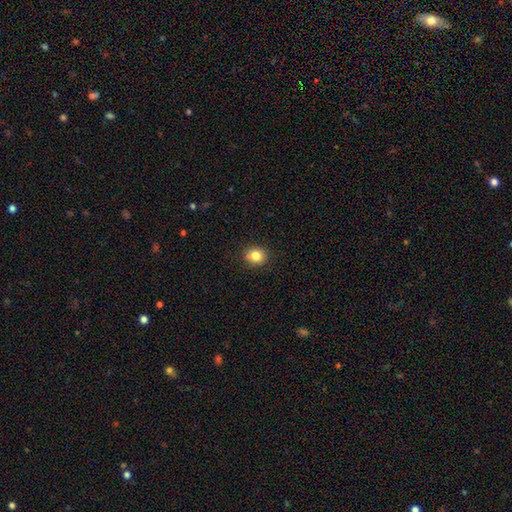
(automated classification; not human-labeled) Q: Smooth or featured?
A: smooth (82%); runner-up: star or artifact (11%)
Q: How rounded?
A: round (75%); runner-up: in between (24%)
Q: Merging?
A: none (87%); runner-up: minor disturbance (9%)